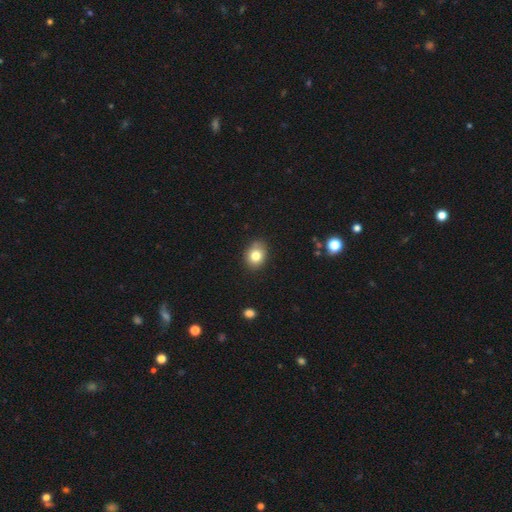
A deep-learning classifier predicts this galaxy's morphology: This appears to be a smooth galaxy with no disk features (80%) that is in between round and cigar-shaped (56%). Merging: none (81%).